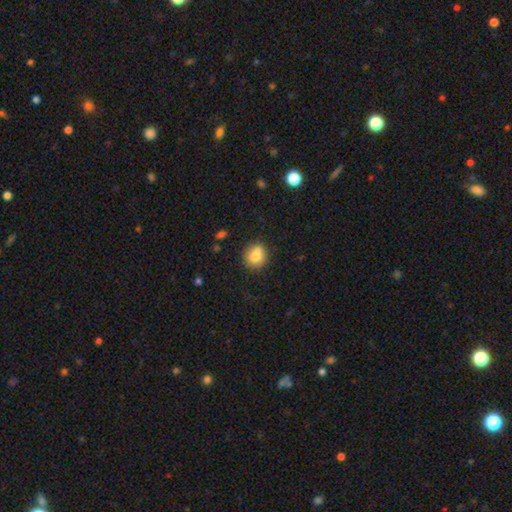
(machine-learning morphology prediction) type=smooth (80%); roundness=round (82%); merging=none (79%).